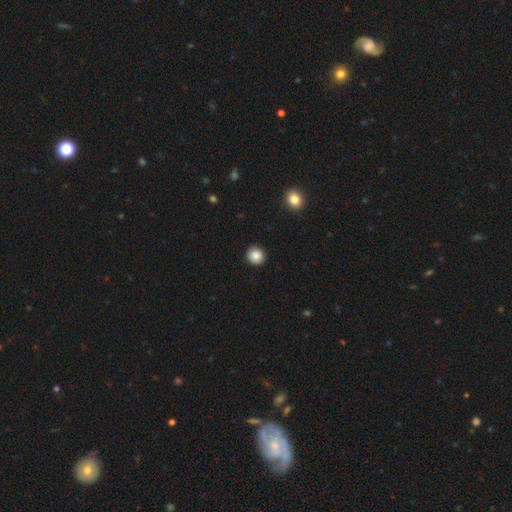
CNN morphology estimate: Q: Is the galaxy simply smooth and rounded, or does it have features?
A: smooth — 87%.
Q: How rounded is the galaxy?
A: round — 92%.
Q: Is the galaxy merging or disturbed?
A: none — 92%.